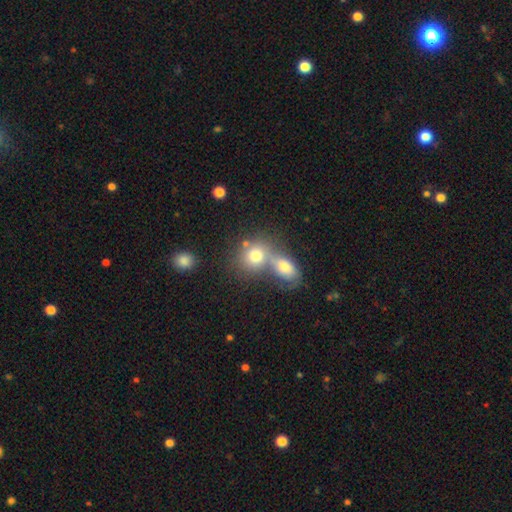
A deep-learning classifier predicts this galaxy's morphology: This is likely a smooth galaxy (75%). How rounded: likely round (65%). Merging: possibly merger (58%).